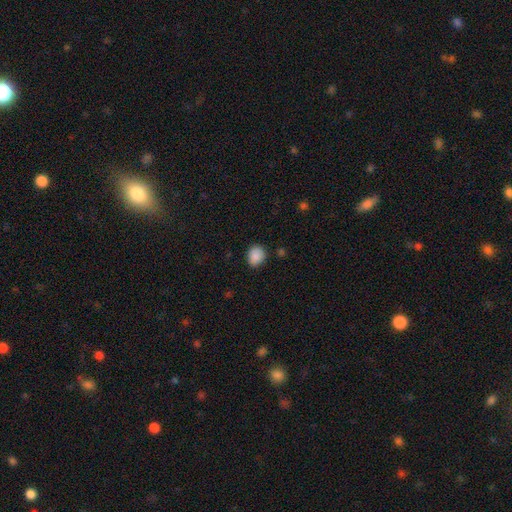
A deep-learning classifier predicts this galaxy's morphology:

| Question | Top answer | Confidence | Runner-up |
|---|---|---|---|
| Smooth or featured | smooth | 89% | star or artifact (8%) |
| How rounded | round | 61% | in between (38%) |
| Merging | none | 81% | minor disturbance (14%) |